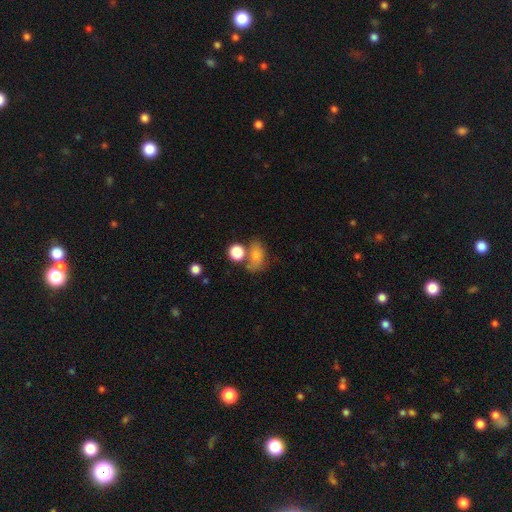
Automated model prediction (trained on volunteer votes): A smooth galaxy with no disk features (75%) that is in between round and cigar-shaped (70%).

Vote fractions:
- Smooth or featured? smooth: 75% / featured or disk: 14% / star or artifact: 12%
- How rounded? in between: 70% / round: 28% / cigar-shaped: 2%
- Merging? none: 48% / merger: 25% / minor disturbance: 18% / major disturbance: 9%